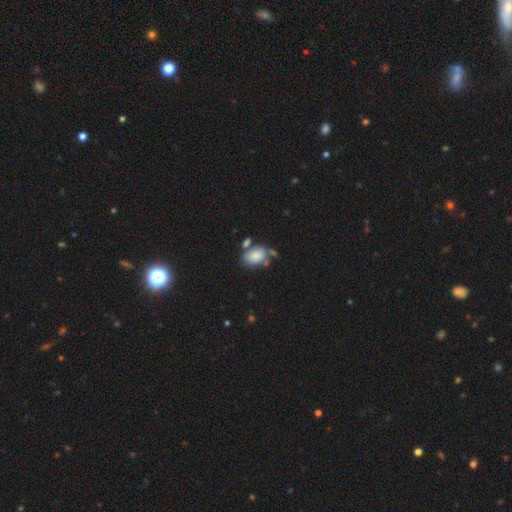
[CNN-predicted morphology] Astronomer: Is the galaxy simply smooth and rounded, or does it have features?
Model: smooth — 84%.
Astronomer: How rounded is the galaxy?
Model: in between — 86%.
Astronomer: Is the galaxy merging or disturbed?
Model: none — 55%.